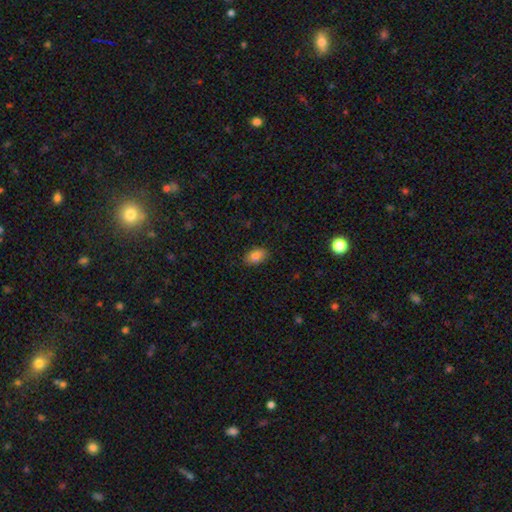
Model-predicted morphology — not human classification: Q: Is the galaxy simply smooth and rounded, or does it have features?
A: smooth — 83%.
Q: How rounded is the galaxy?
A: in between — 88%.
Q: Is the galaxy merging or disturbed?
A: none — 83%.